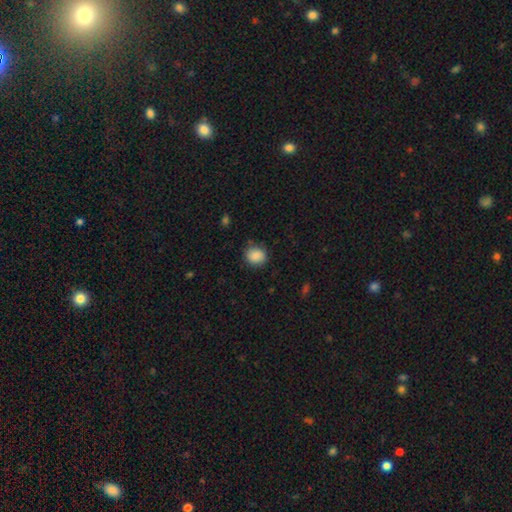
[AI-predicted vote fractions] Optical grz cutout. It shows a smooth galaxy with no disk features (88%) that is round (72%). Merging: none (83%).